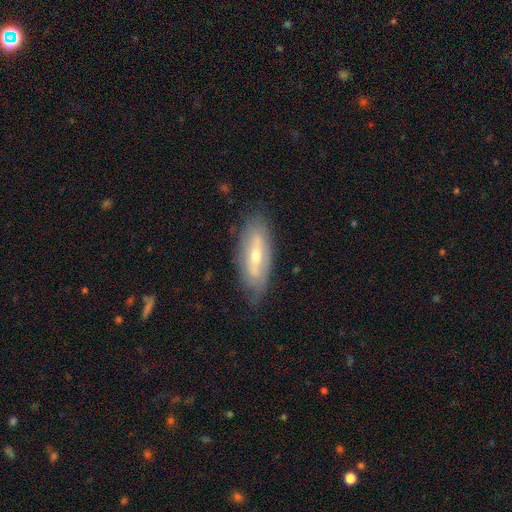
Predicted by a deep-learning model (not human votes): Overall: featured or disk (62%; smooth 32%). Edge-on disk: no (71%). Merging: none (77%).